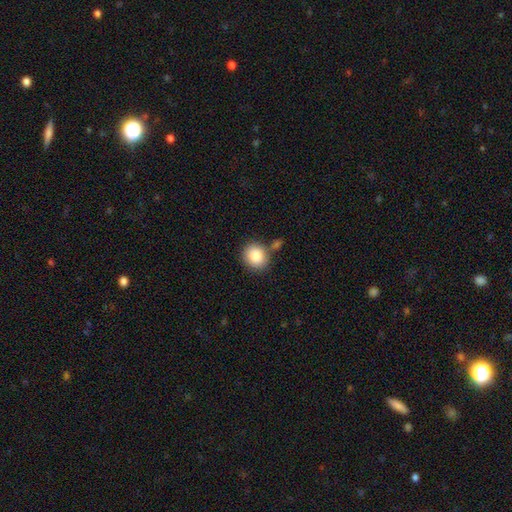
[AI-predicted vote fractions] Smooth or featured?
  - smooth: 85% *
  - star or artifact: 8%
  - featured or disk: 7%
How rounded?
  - round: 77% *
  - in between: 22%
  - cigar-shaped: 1%
Merging?
  - none: 74% *
  - merger: 12%
  - minor disturbance: 11%
  - major disturbance: 3%